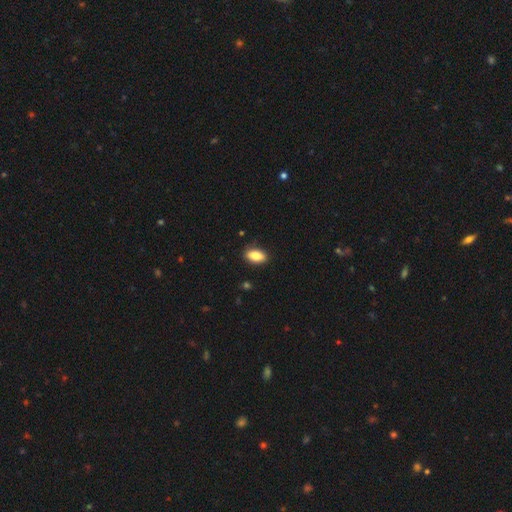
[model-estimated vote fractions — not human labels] Smooth or featured: smooth — 87% (star or artifact — 7%)
How rounded: in between — 91% (cigar-shaped — 5%)
Merging: none — 86% (minor disturbance — 11%)